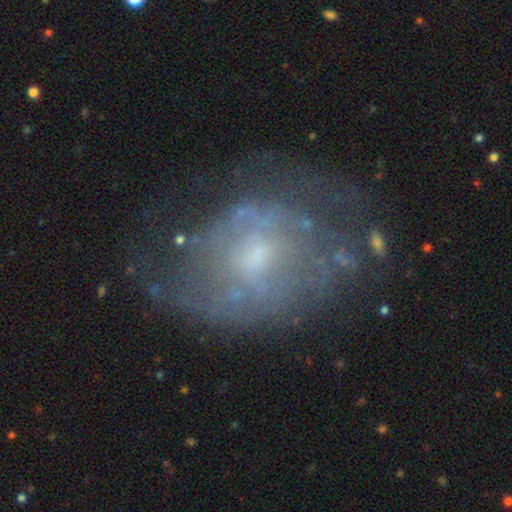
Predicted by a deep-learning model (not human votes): This is likely a featured or disk galaxy (67%). It is clearly not viewed edge-on (96%). Bar: likely no (66%). Spiral arm pattern: possibly yes (57%). Central bulge: possibly small (54%). Merging: possibly none (56%).